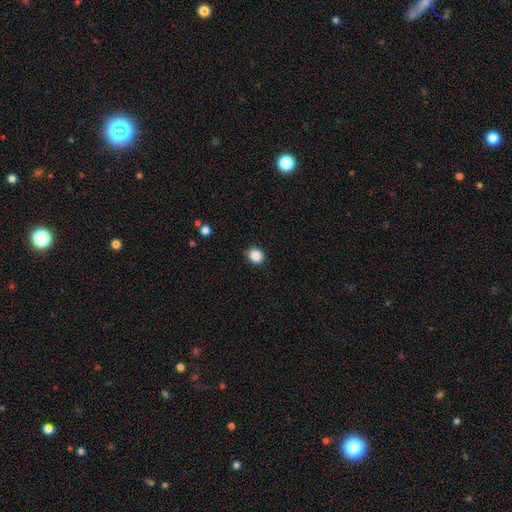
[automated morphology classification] This appears to be a smooth galaxy with no disk features (87%) that is round (73%). Merging: none (89%).